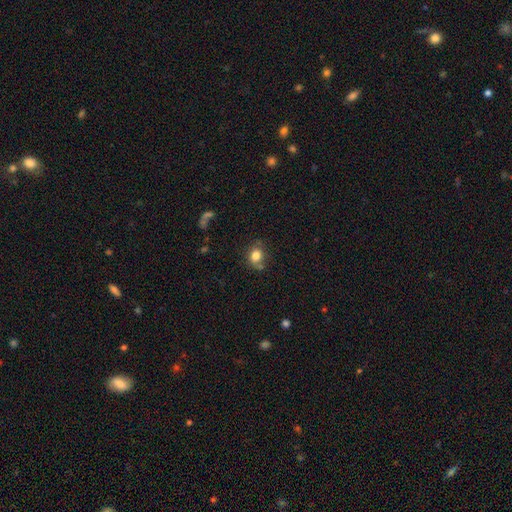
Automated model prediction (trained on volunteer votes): This appears to be a smooth galaxy with no disk features (79%) that is round (57%). Merging: none (62%).